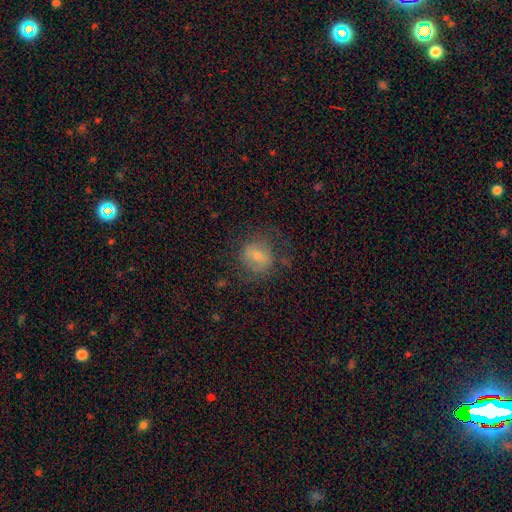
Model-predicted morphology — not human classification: smooth-or-featured: smooth: 53% | featured or disk: 33% | star or artifact: 14%
  how-rounded: round: 75% | in between: 23% | cigar-shaped: 1%
  merging: none: 70% | minor disturbance: 17% | major disturbance: 11% | merger: 2%